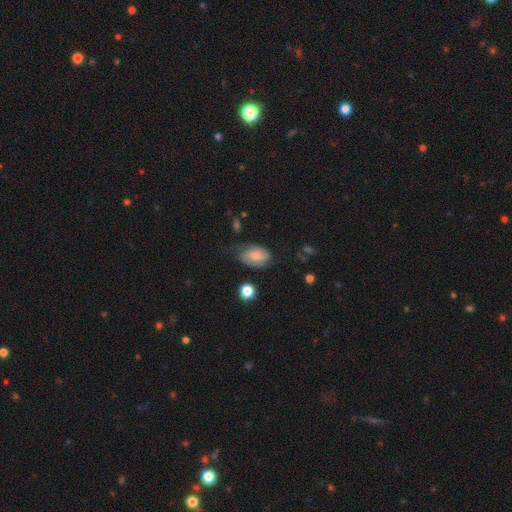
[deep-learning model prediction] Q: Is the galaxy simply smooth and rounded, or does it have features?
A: smooth — 51%.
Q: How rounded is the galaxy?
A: in between — 85%.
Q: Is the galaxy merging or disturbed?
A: none — 52%.